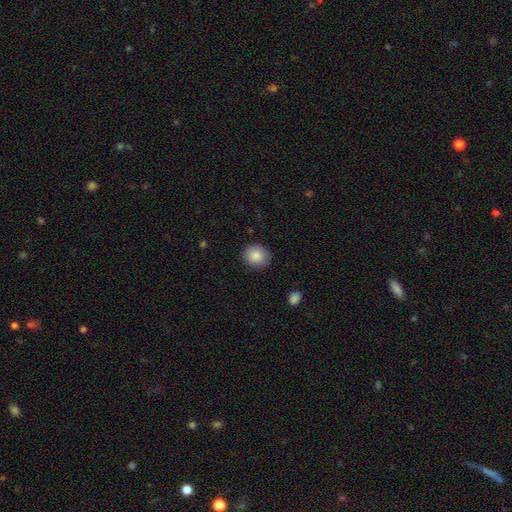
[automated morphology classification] smooth-or-featured: smooth: 87% | star or artifact: 8% | featured or disk: 5%
  how-rounded: round: 76% | in between: 23% | cigar-shaped: 1%
  merging: none: 88% | minor disturbance: 8% | major disturbance: 2% | merger: 1%